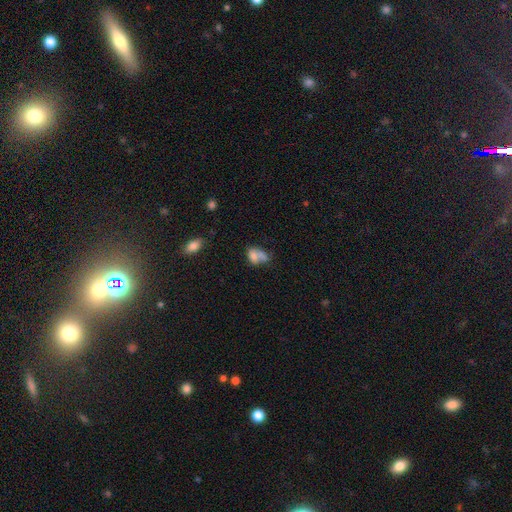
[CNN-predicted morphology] Overall: smooth (70%). How rounded: in between (77%). Merging: merger (51%; none 24%).